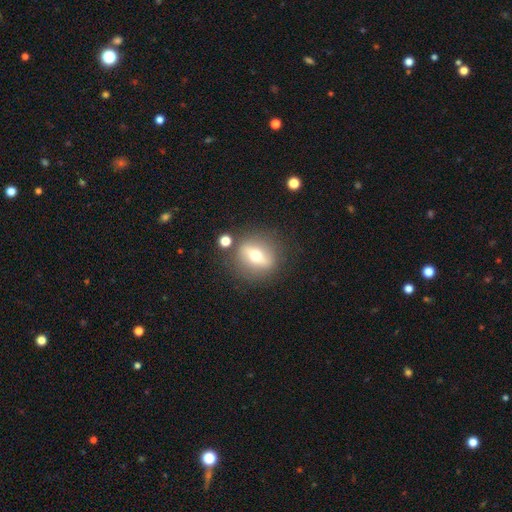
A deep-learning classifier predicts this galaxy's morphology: featured or disk 51%, smooth 40%, star or artifact 9%. Down the decision tree: edge-on disk — no (56%); merging — none (81%).